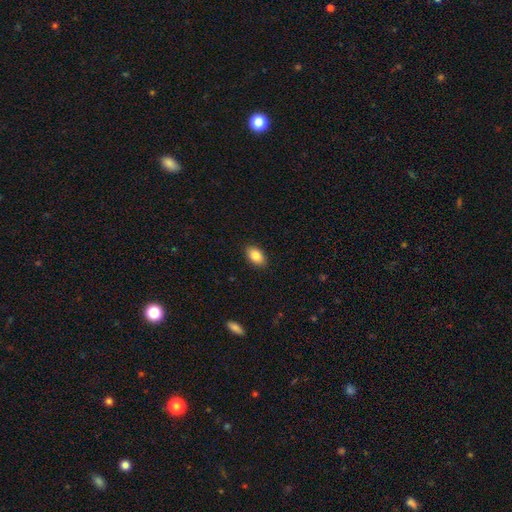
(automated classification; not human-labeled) Overall: smooth (84%). How rounded: in between (92%). Merging: none (89%).